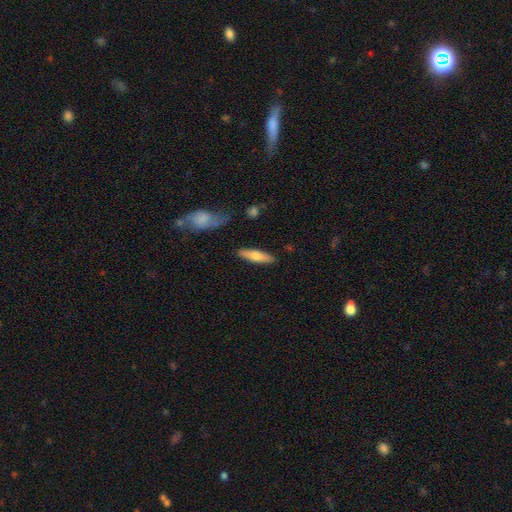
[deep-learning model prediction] Morphology: type=smooth (65%); roundness=cigar-shaped (67%); merging=none (85%).